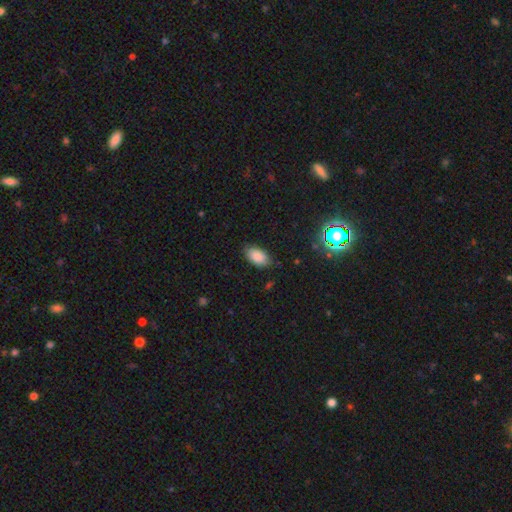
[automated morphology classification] smooth 84%, star or artifact 9%, featured or disk 6%. Down the decision tree: how rounded — in between (94%); merging — none (83%).